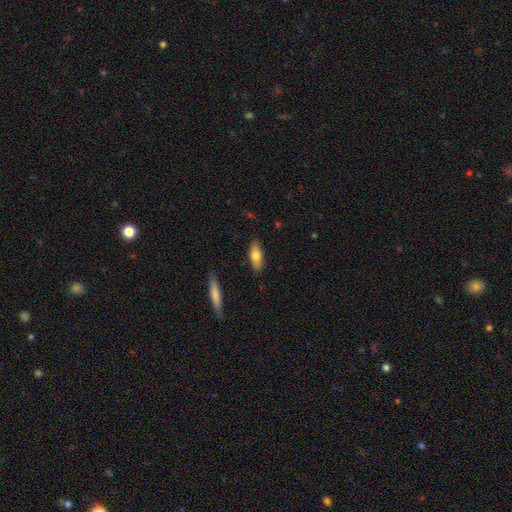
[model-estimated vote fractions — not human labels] The model was most divided on "how rounded": in between: 71%, cigar-shaped: 27%, round: 2%. More confident: merging — none (86%); smooth or featured — smooth (74%).